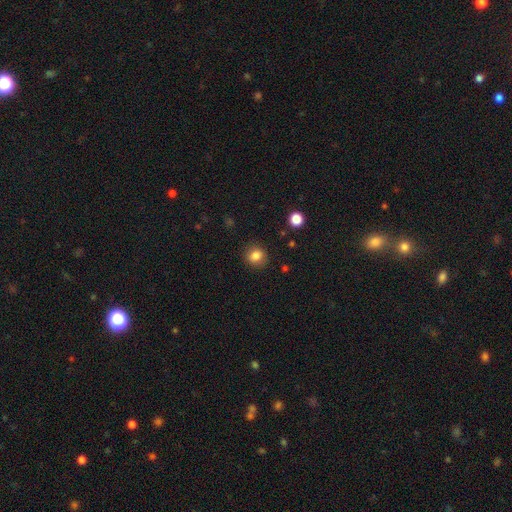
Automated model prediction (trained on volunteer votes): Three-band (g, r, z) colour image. It shows a smooth galaxy with no disk features (83%) that is round (77%). Merging: none (87%).